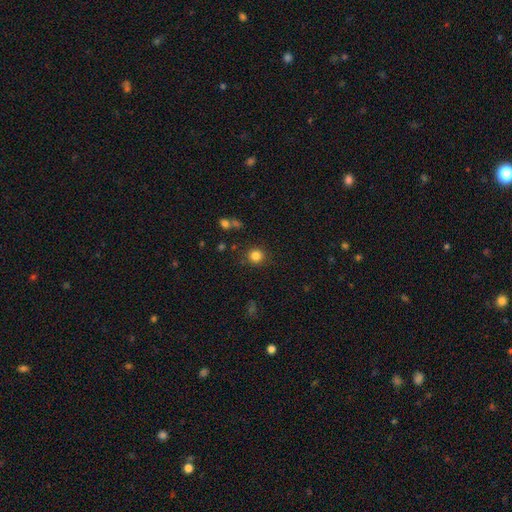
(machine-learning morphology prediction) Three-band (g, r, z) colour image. It shows a smooth galaxy with no disk features (83%) that is round (91%). Merging: none (86%).